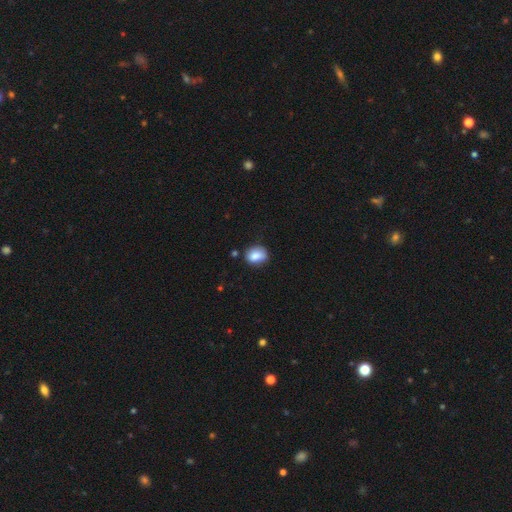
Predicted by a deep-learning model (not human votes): Smooth or featured? smooth (85%)
How rounded? in between (64%)
Merging? none (69%)